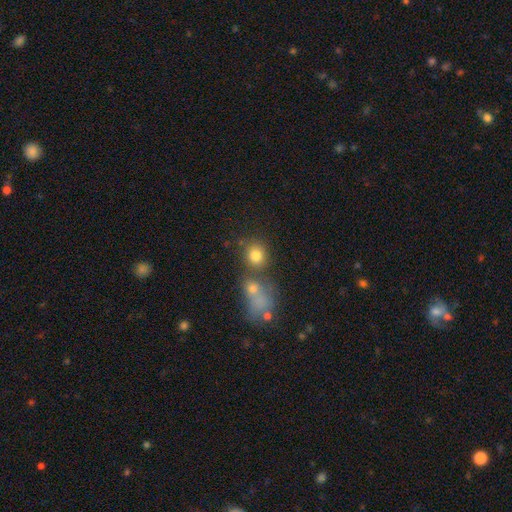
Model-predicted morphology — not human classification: This is likely a smooth galaxy (78%). How rounded: clearly round (82%). Merging: possibly none (57%).